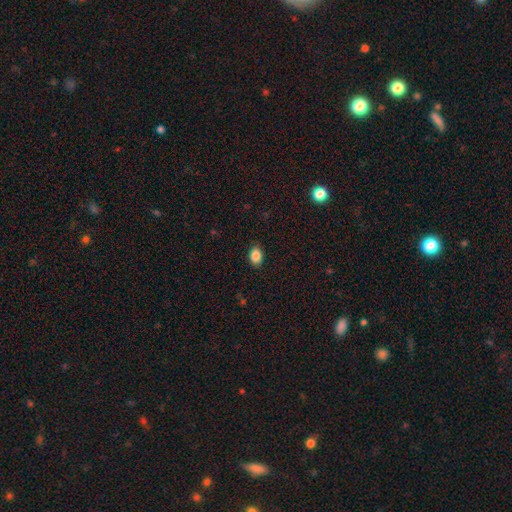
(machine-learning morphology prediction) A smooth galaxy with no disk features (87%) that is in between round and cigar-shaped (79%).

Vote fractions:
- Smooth or featured? smooth: 87% / star or artifact: 9% / featured or disk: 4%
- How rounded? in between: 79% / round: 20% / cigar-shaped: 1%
- Merging? none: 88% / minor disturbance: 9% / major disturbance: 2% / merger: 1%